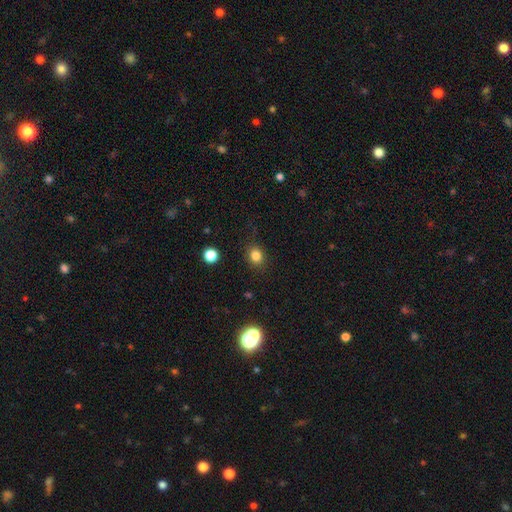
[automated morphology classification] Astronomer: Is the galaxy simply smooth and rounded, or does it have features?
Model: smooth — 82%.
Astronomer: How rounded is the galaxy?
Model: round — 69%.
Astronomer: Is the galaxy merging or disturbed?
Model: none — 83%.